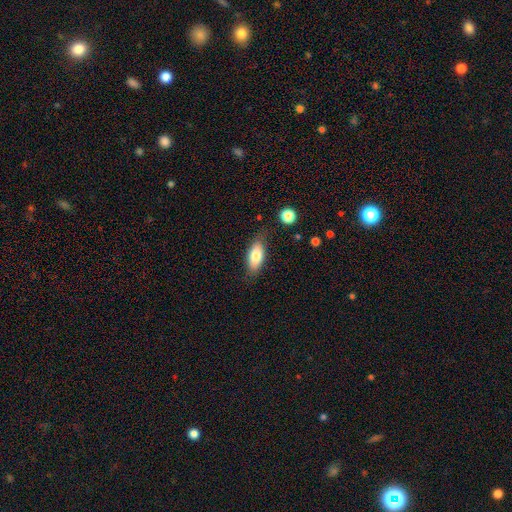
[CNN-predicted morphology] A smooth galaxy with no disk features (78%) that is in between round and cigar-shaped (84%). Merging: none (76%).